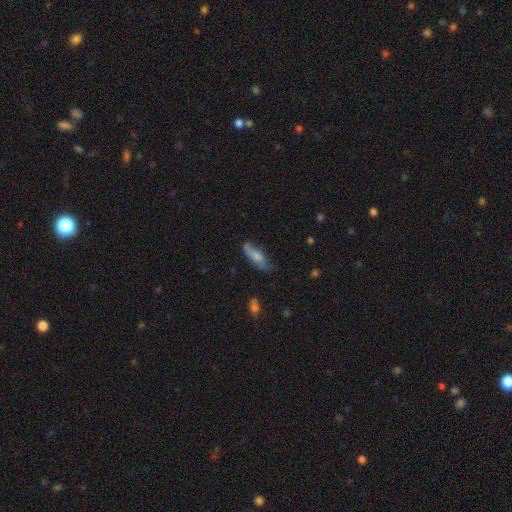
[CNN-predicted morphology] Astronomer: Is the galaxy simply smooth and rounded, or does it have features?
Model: smooth — 62%.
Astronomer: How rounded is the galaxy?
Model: in between — 55% (runner-up: cigar-shaped, 42%).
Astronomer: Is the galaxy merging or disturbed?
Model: none — 50% (runner-up: minor disturbance, 33%).